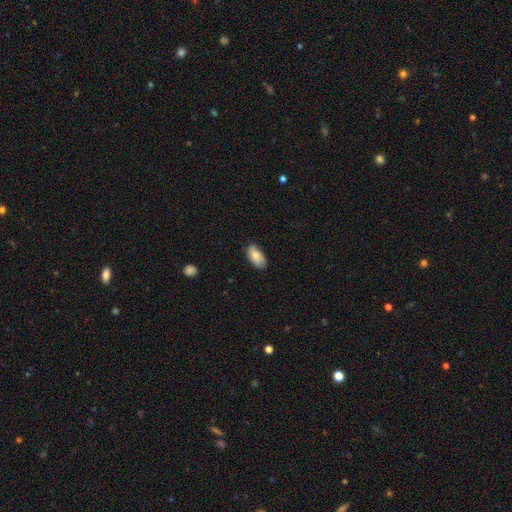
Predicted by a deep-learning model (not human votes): Smooth or featured? smooth (78%)
How rounded? in between (93%)
Merging? none (70%)